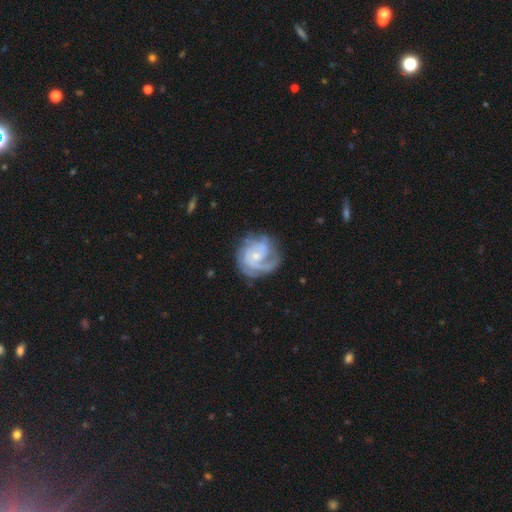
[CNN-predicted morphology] smooth_or_featured: featured or disk (p=0.83) [alt: smooth p=0.12]
disk_edge_on: no (p=0.98) [alt: yes p=0.02]
bar: no (p=0.68) [alt: weak p=0.27]
has_spiral_arms: yes (p=0.94) [alt: no p=0.06]
spiral_winding: tight (p=0.56) [alt: medium p=0.33]
spiral_arm_count: 2 (p=0.32) [alt: can't tell p=0.26]
bulge_size: small (p=0.68) [alt: moderate p=0.25]
merging: none (p=0.65) [alt: minor disturbance p=0.20]